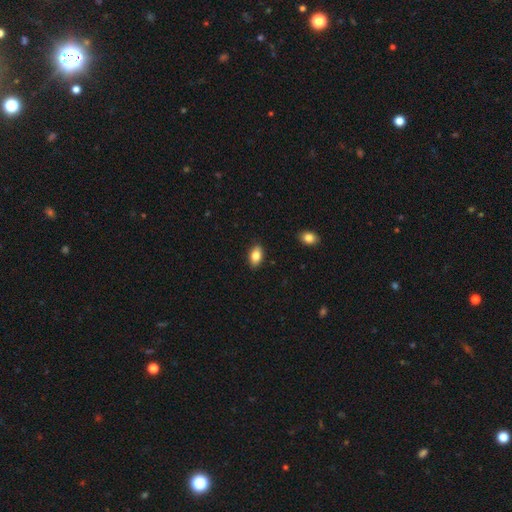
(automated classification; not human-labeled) Smooth or featured: smooth — 83% (featured or disk — 9%)
How rounded: in between — 91% (round — 6%)
Merging: none — 88% (minor disturbance — 9%)